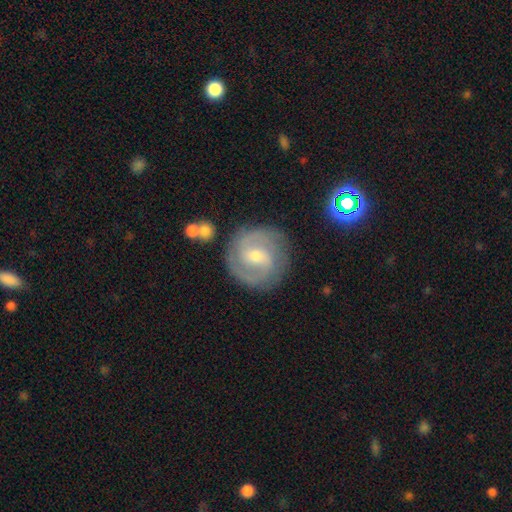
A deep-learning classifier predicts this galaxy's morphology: The model was most divided on "bulge size": small: 52%, moderate: 44%, large: 2%, none: 1%, dominant: 1%. More confident: edge-on disk — no (97%); spiral arms — yes (95%); smooth or featured — featured or disk (83%); merging — none (82%); spiral arm count — 2 (78%); spiral winding — tight (53%); bar — weak (53%).